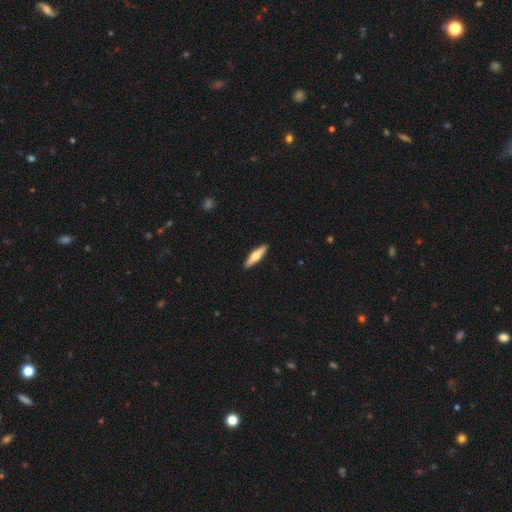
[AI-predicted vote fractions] Smooth or featured: smooth — 52% (featured or disk — 43%)
How rounded: cigar-shaped — 74% (in between — 24%)
Merging: none — 91% (minor disturbance — 6%)